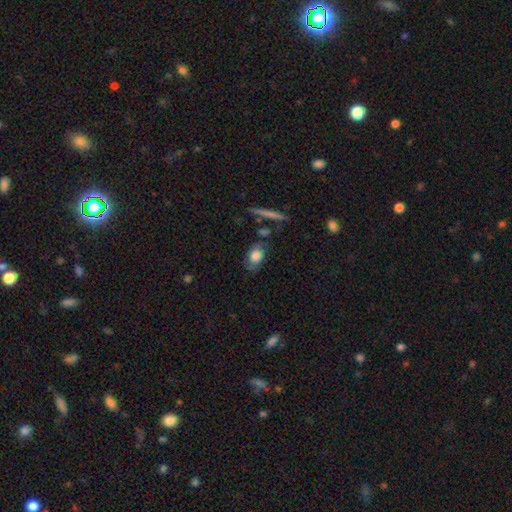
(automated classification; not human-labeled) Smooth or featured: smooth — 65% (featured or disk — 28%)
How rounded: in between — 76% (round — 20%)
Merging: none — 64% (minor disturbance — 22%)